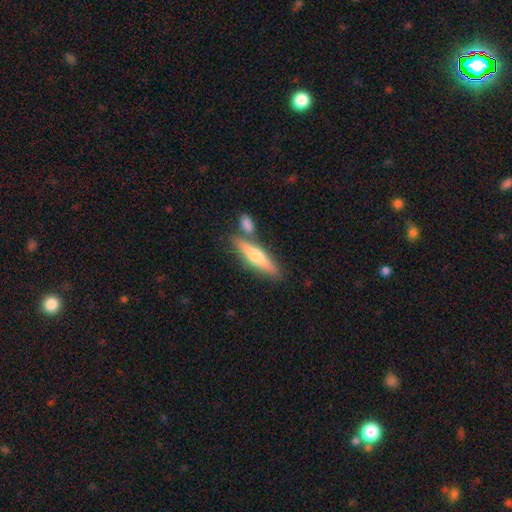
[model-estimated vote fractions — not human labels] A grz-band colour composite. It shows a smooth galaxy with no disk features (49%). Merging: none (68%).